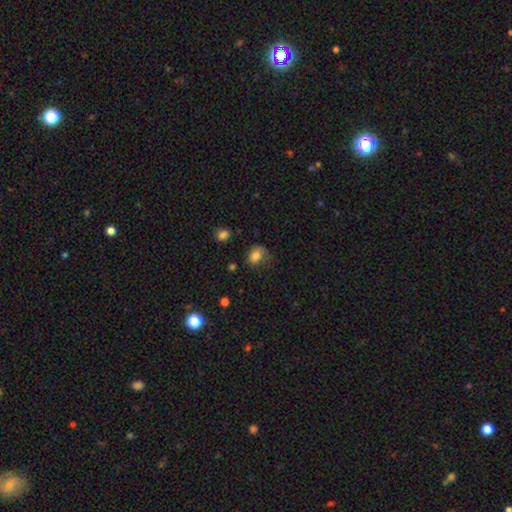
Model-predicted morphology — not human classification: Q: Smooth or featured?
A: smooth (82%); runner-up: star or artifact (11%)
Q: How rounded?
A: in between (61%); runner-up: round (38%)
Q: Merging?
A: none (51%); runner-up: minor disturbance (31%)